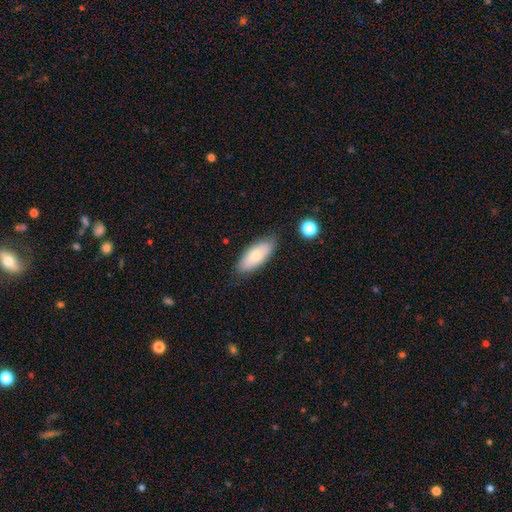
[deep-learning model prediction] A smooth galaxy with no disk features (74%) that is in between round and cigar-shaped (82%).

Vote fractions:
- Smooth or featured? smooth: 74% / featured or disk: 20% / star or artifact: 7%
- How rounded? in between: 82% / cigar-shaped: 16% / round: 2%
- Merging? none: 81% / minor disturbance: 14% / major disturbance: 3% / merger: 2%